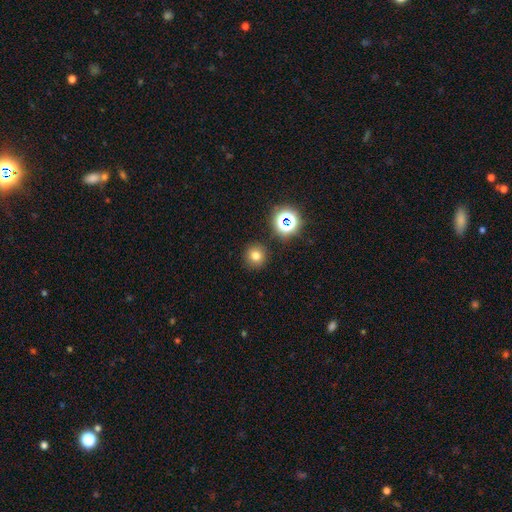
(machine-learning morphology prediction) smooth-or-featured: smooth: 73% | star or artifact: 19% | featured or disk: 8%
  how-rounded: round: 93% | in between: 6% | cigar-shaped: 1%
  merging: none: 89% | minor disturbance: 6% | major disturbance: 3% | merger: 2%